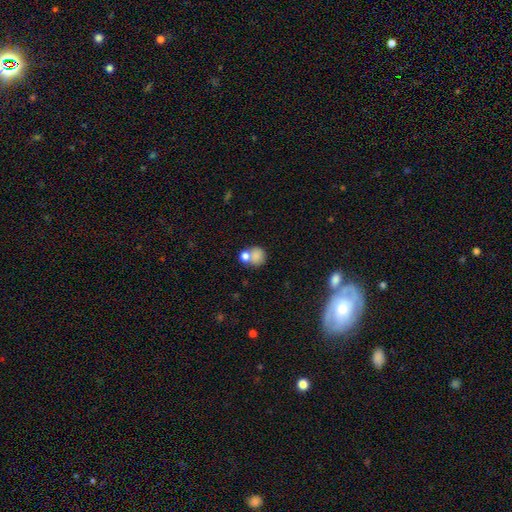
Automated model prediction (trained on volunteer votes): smooth-or-featured: smooth: 78% | featured or disk: 11% | star or artifact: 10%
  how-rounded: round: 74% | in between: 25% | cigar-shaped: 1%
  merging: merger: 42% | none: 40% | minor disturbance: 11% | major disturbance: 6%